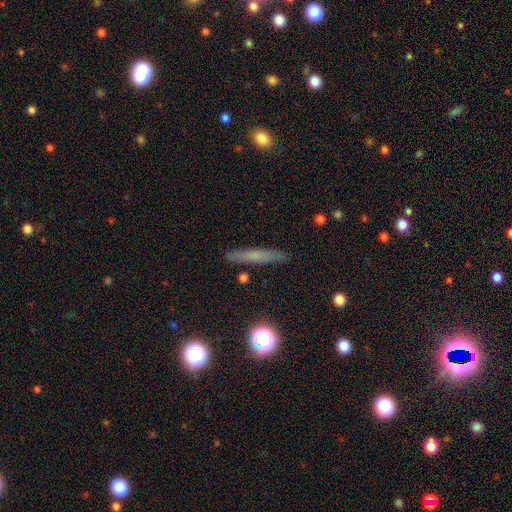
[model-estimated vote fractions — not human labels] The model was most divided on "smooth or featured": smooth: 57%, featured or disk: 32%, star or artifact: 11%. More confident: how rounded — cigar-shaped (92%); merging — none (88%).